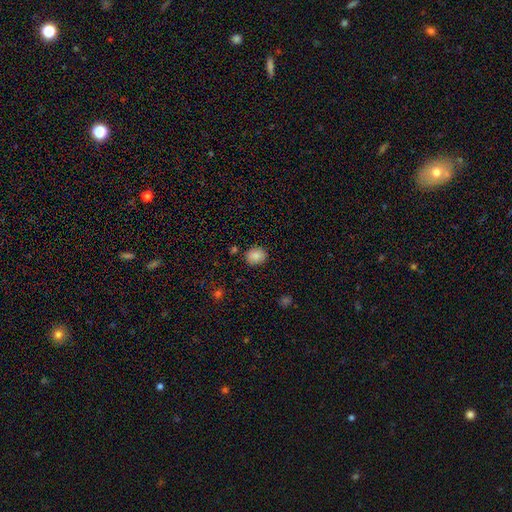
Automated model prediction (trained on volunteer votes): Smooth or featured? smooth (86%)
How rounded? round (70%)
Merging? none (85%)